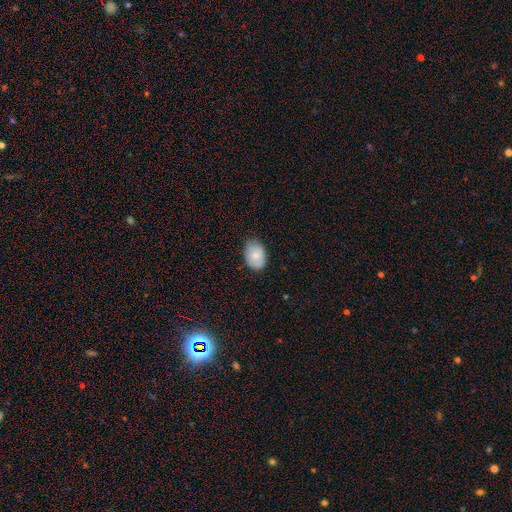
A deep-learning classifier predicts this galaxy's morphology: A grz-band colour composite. It shows a smooth galaxy with no disk features (74%) that is in between round and cigar-shaped (79%). Merging: none (73%).